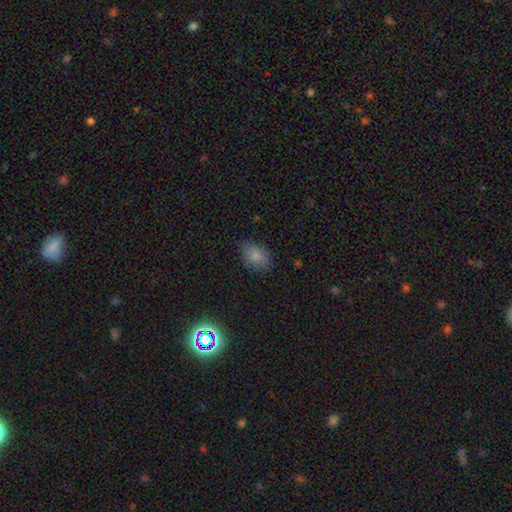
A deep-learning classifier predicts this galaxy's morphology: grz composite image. It shows a smooth galaxy with no disk features (83%) that is in between round and cigar-shaped (76%). Merging: none (80%).